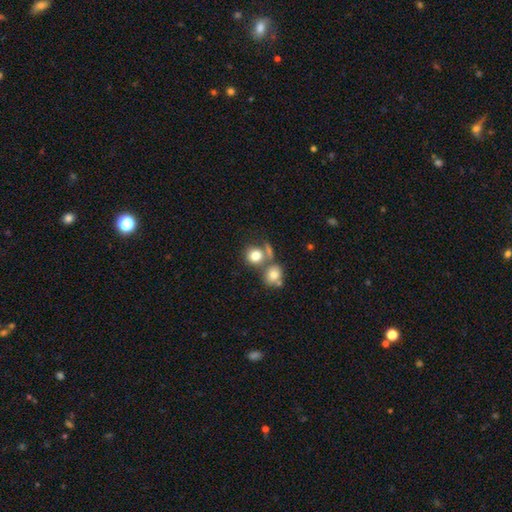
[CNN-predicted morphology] A smooth galaxy with no disk features (77%) that is round (80%).

Vote fractions:
- Smooth or featured? smooth: 77% / featured or disk: 12% / star or artifact: 11%
- How rounded? round: 80% / in between: 19% / cigar-shaped: 1%
- Merging? none: 49% / merger: 36% / minor disturbance: 9% / major disturbance: 5%